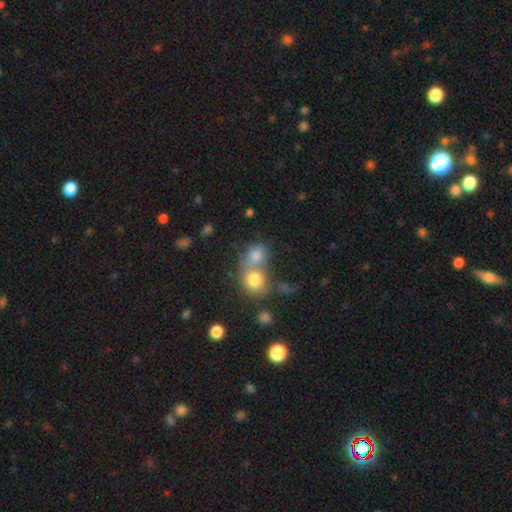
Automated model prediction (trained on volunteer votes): smooth-or-featured: smooth: 77% | star or artifact: 12% | featured or disk: 12%
  how-rounded: round: 65% | in between: 33% | cigar-shaped: 1%
  merging: merger: 61% | none: 27% | minor disturbance: 7% | major disturbance: 5%